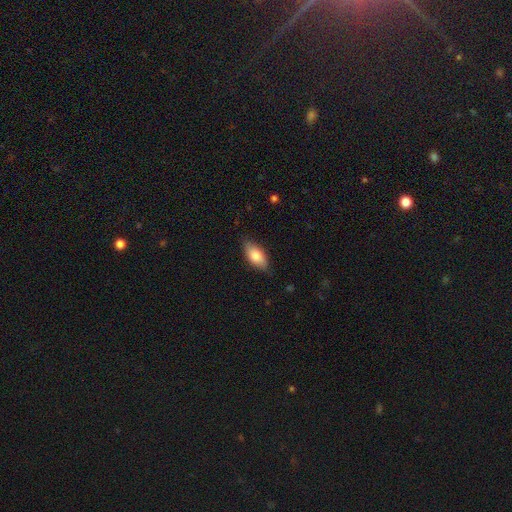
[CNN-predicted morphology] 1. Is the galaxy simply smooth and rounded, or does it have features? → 81% smooth, 13% featured or disk, 6% star or artifact.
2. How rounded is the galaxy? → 88% in between, 9% cigar-shaped, 3% round.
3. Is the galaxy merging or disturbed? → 80% none, 16% minor disturbance, 3% major disturbance, 1% merger.